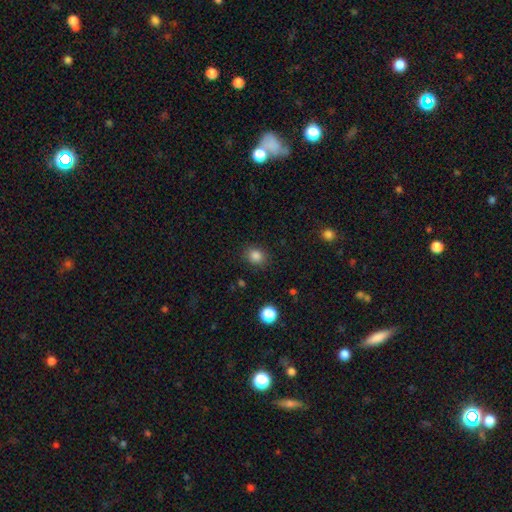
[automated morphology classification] Smooth or featured? smooth (85%)
How rounded? round (68%)
Merging? none (86%)